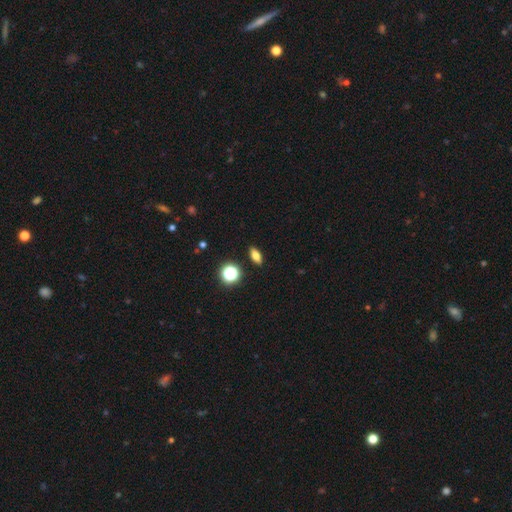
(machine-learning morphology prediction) Q: Smooth or featured?
A: smooth (70%); runner-up: featured or disk (16%)
Q: How rounded?
A: in between (71%); runner-up: cigar-shaped (17%)
Q: Merging?
A: none (89%); runner-up: minor disturbance (7%)